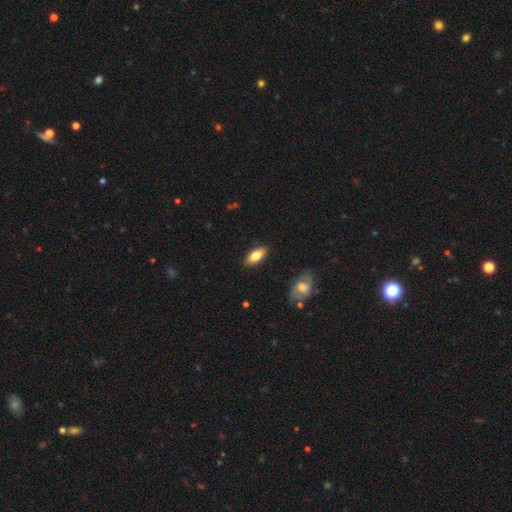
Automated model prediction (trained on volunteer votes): smooth-or-featured: smooth: 81% | featured or disk: 13% | star or artifact: 6%
  how-rounded: in between: 86% | cigar-shaped: 12% | round: 2%
  merging: none: 87% | minor disturbance: 9% | major disturbance: 2% | merger: 2%